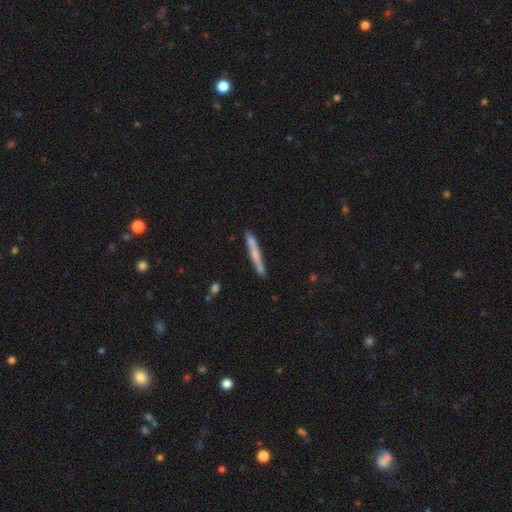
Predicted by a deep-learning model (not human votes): smooth 53%, featured or disk 41%, star or artifact 6%. Down the decision tree: how rounded — cigar-shaped (96%); merging — none (82%).